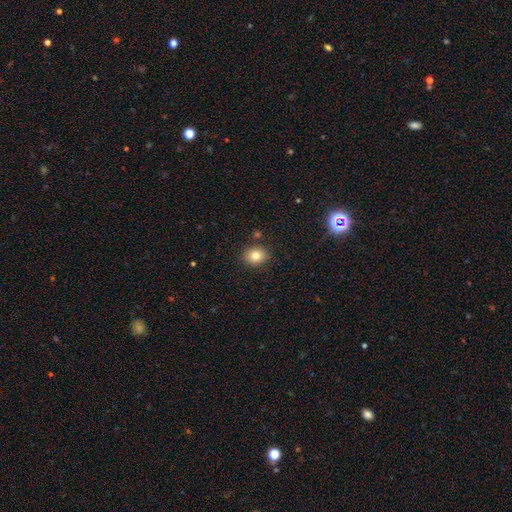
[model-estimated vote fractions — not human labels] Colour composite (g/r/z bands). It shows a smooth galaxy with no disk features (81%) that is round (70%). Merging: none (87%).